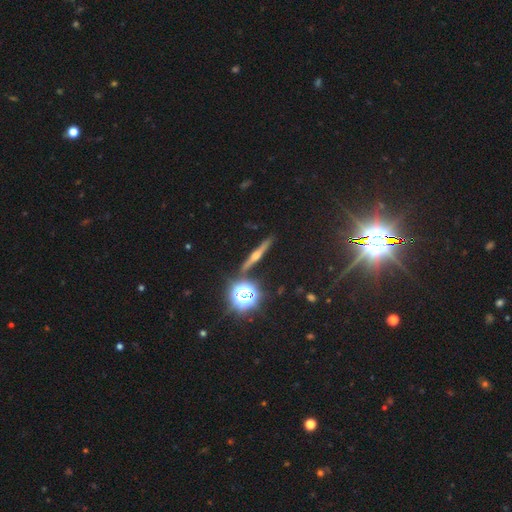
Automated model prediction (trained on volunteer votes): Morphology: type=featured or disk (62%); edge-on=yes (95%); edge-on bulge=rounded (91%); merging=none (89%).